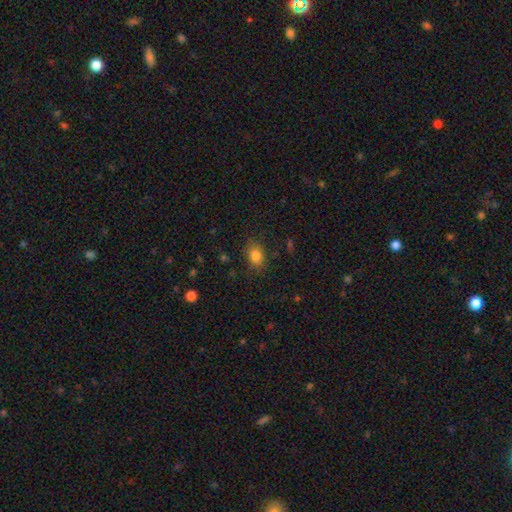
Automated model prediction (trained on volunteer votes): A smooth galaxy with no disk features (83%) that is in between round and cigar-shaped (73%).

Vote fractions:
- Smooth or featured? smooth: 83% / star or artifact: 10% / featured or disk: 7%
- How rounded? in between: 73% / round: 26% / cigar-shaped: 1%
- Merging? none: 80% / minor disturbance: 14% / major disturbance: 4% / merger: 1%